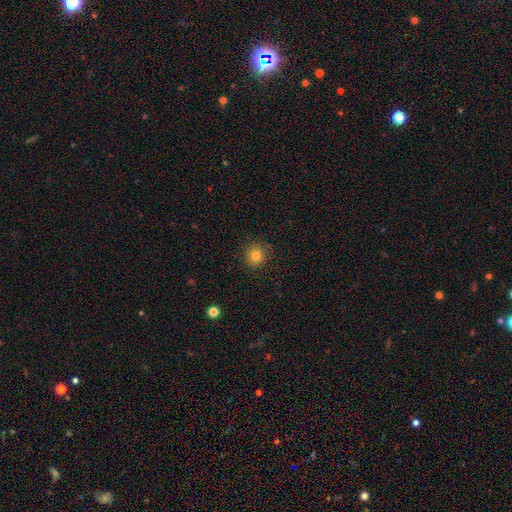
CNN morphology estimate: The model was most divided on "smooth or featured": smooth: 81%, star or artifact: 13%, featured or disk: 7%. More confident: how rounded — round (90%); merging — none (88%).